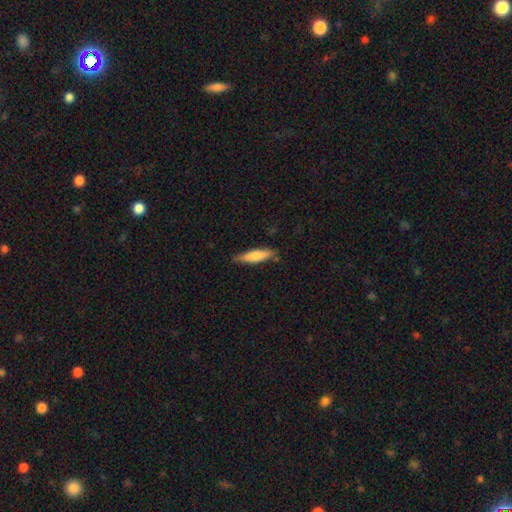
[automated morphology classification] Smooth or featured? Predicted: smooth (p=0.72). How rounded? Predicted: cigar-shaped (p=0.72). Merging? Predicted: none (p=0.78).